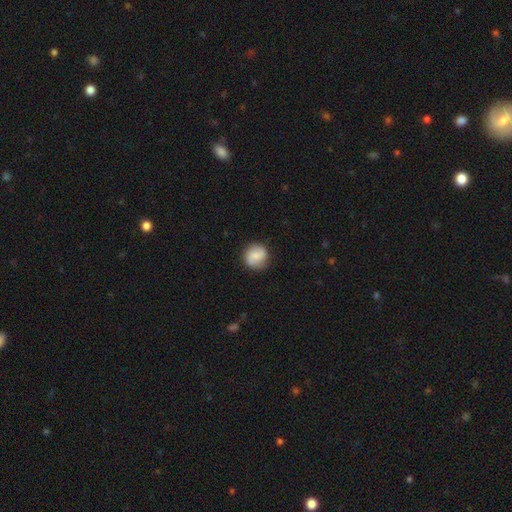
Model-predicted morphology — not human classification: Overall: smooth (60%; featured or disk 33%). How rounded: round (90%). Merging: none (82%).